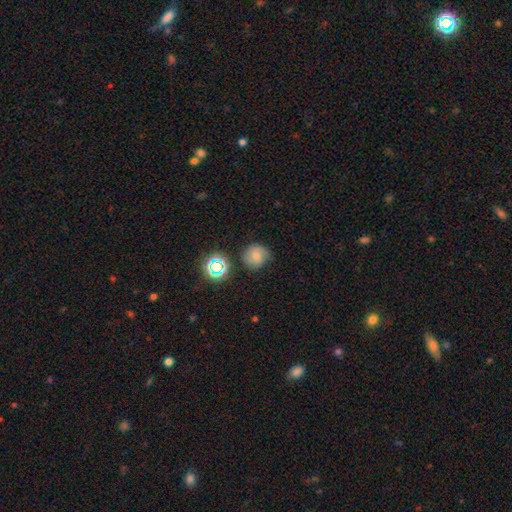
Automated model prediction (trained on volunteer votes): Smooth or featured?
  - smooth: 55% *
  - featured or disk: 28%
  - star or artifact: 17%
How rounded?
  - round: 89% *
  - in between: 10%
  - cigar-shaped: 1%
Merging?
  - none: 74% *
  - minor disturbance: 17%
  - major disturbance: 5%
  - merger: 3%